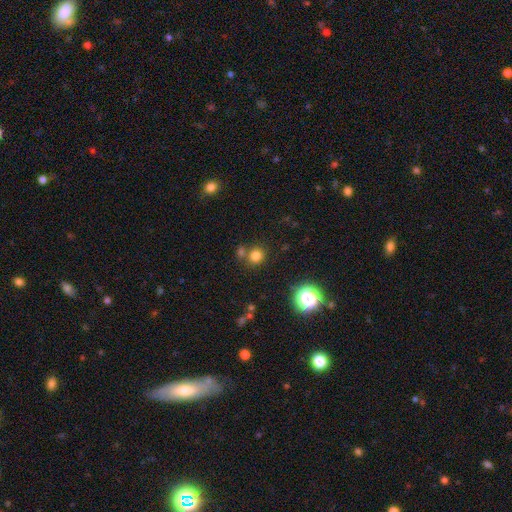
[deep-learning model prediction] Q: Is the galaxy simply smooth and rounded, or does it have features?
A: smooth — 77%.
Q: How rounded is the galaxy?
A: round — 88%.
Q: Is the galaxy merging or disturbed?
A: none — 70%.